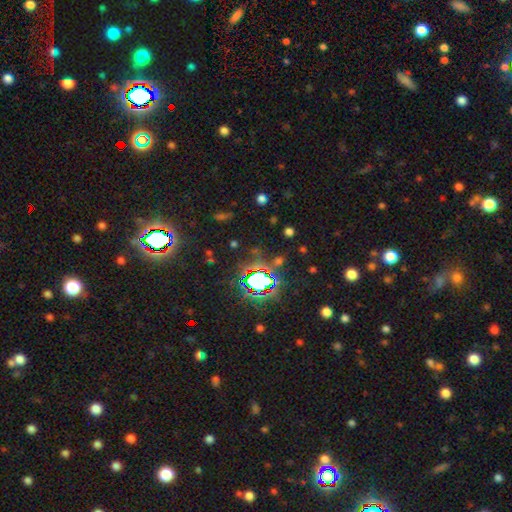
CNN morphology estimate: Overall: star or artifact (75%).